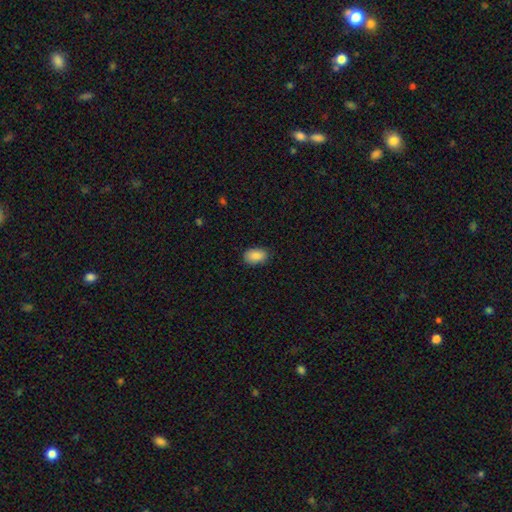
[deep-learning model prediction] Smooth or featured: smooth — 89% (star or artifact — 7%)
How rounded: in between — 89% (round — 10%)
Merging: none — 83% (minor disturbance — 13%)